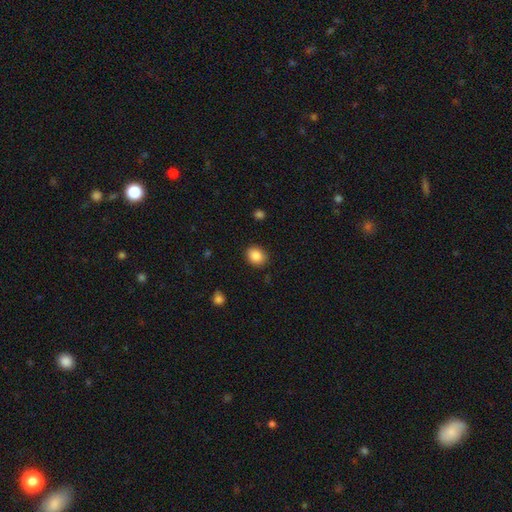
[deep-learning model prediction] Smooth or featured? smooth (87%)
How rounded? round (56%)
Merging? none (86%)